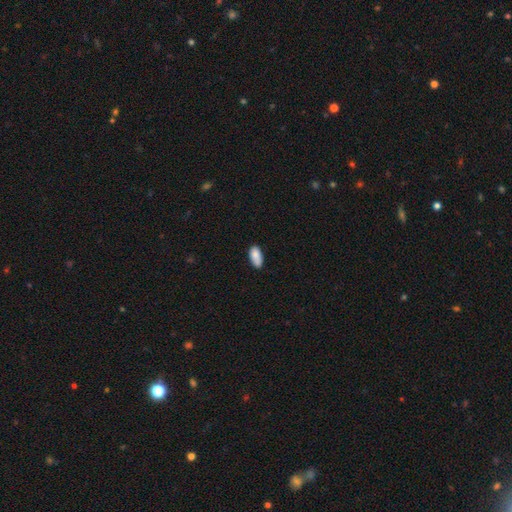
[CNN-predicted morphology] Smooth or featured: smooth — 85% (featured or disk — 8%)
How rounded: in between — 93% (cigar-shaped — 5%)
Merging: none — 72% (minor disturbance — 22%)